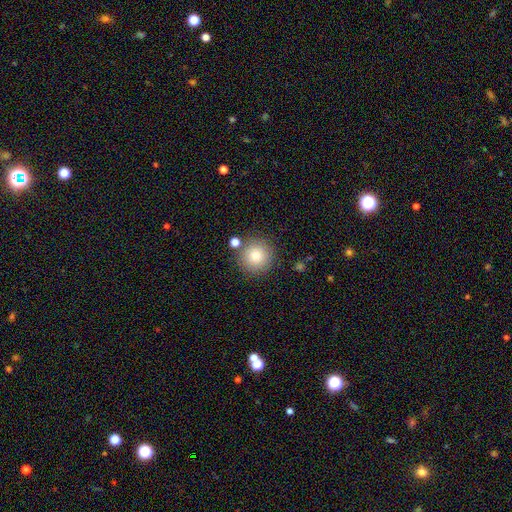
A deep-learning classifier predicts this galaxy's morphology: A smooth galaxy with no disk features (84%) that is round (95%).

Vote fractions:
- Smooth or featured? smooth: 84% / star or artifact: 9% / featured or disk: 7%
- How rounded? round: 95% / in between: 4% / cigar-shaped: 1%
- Merging? none: 82% / minor disturbance: 9% / merger: 6% / major disturbance: 3%